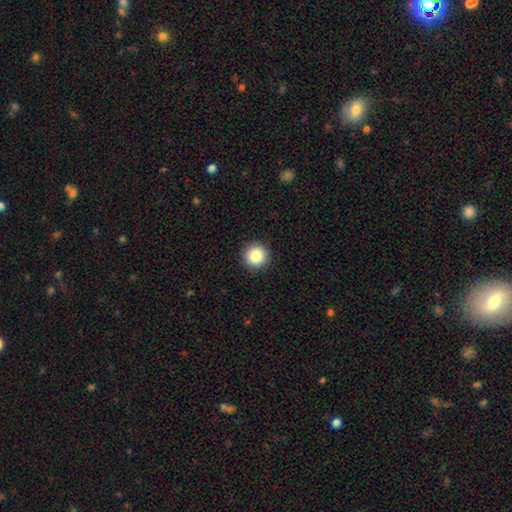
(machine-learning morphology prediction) Smooth or featured?
  - smooth: 84% *
  - star or artifact: 10%
  - featured or disk: 6%
How rounded?
  - round: 96% *
  - in between: 3%
  - cigar-shaped: 1%
Merging?
  - none: 93% *
  - minor disturbance: 4%
  - major disturbance: 2%
  - merger: 1%